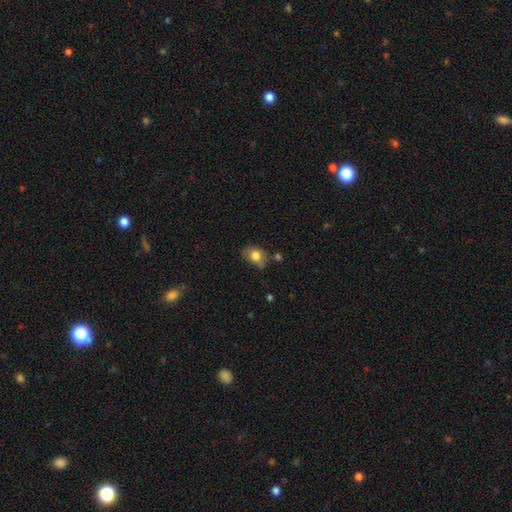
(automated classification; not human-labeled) Q: Smooth or featured?
A: smooth (79%); runner-up: featured or disk (12%)
Q: How rounded?
A: in between (64%); runner-up: round (35%)
Q: Merging?
A: none (56%); runner-up: minor disturbance (29%)